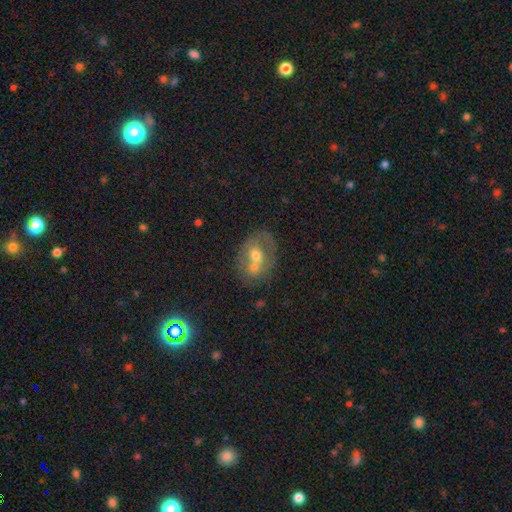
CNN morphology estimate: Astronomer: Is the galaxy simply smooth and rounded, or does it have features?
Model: featured or disk — 44% (runner-up: smooth, 34%).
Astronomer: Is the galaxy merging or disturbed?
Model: none — 50% (runner-up: merger, 29%).